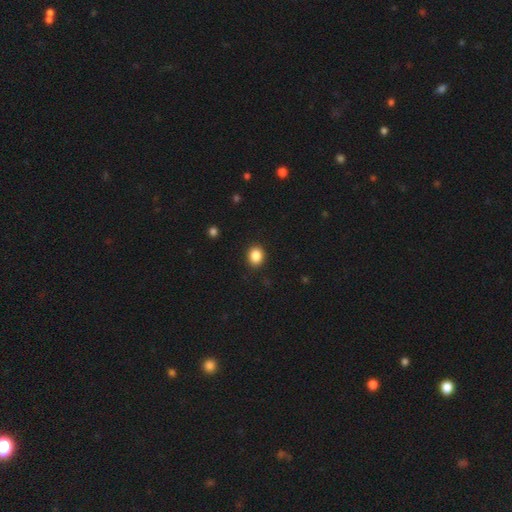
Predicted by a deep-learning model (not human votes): This is clearly a smooth galaxy (86%). How rounded: likely round (64%). Merging: clearly none (91%).